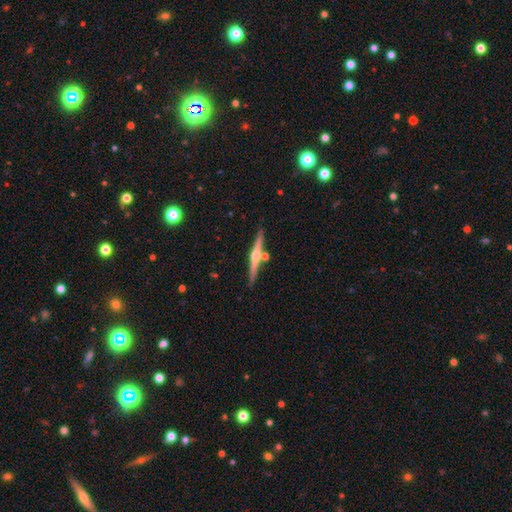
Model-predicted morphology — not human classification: Smooth or featured? Predicted: featured or disk (p=0.69). Edge-on disk? Predicted: yes (p=0.98). Edge-on bulge? Predicted: rounded (p=0.86). Merging? Predicted: none (p=0.80).